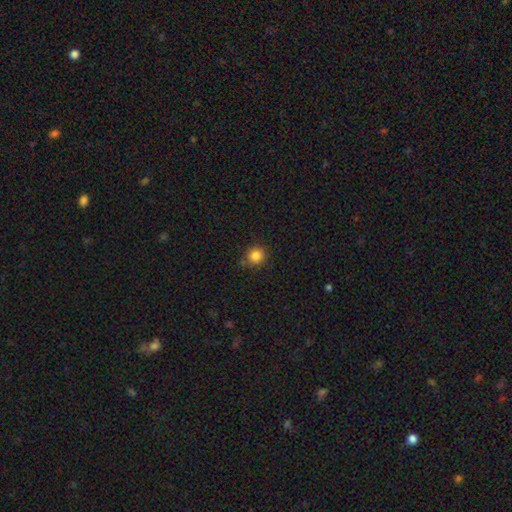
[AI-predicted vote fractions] Morphology: type=smooth (85%); roundness=round (87%); merging=none (78%).